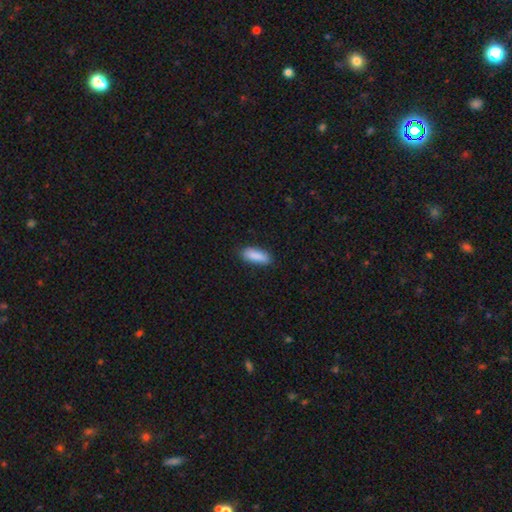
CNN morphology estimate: Q: Smooth or featured?
A: smooth (88%); runner-up: star or artifact (6%)
Q: How rounded?
A: in between (61%); runner-up: cigar-shaped (38%)
Q: Merging?
A: none (84%); runner-up: minor disturbance (13%)